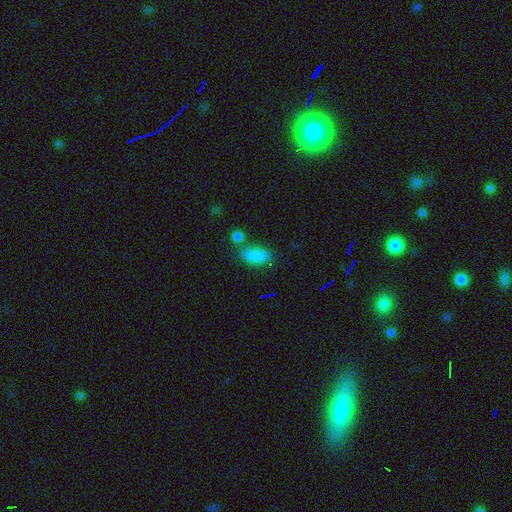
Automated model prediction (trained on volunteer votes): Q: Smooth or featured?
A: smooth (82%); runner-up: star or artifact (13%)
Q: How rounded?
A: in between (88%); runner-up: cigar-shaped (7%)
Q: Merging?
A: none (62%); runner-up: merger (17%)